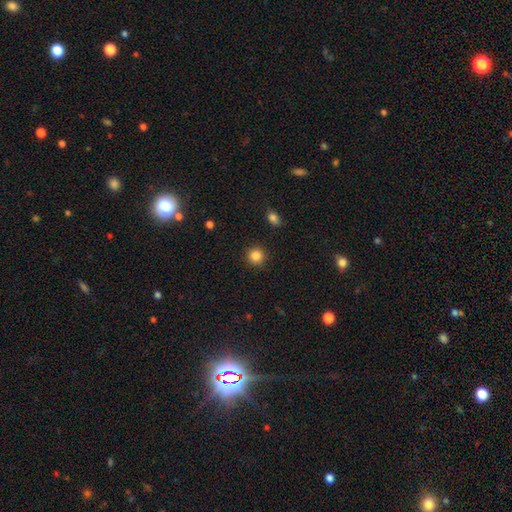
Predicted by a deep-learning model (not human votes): smooth 86%, star or artifact 10%, featured or disk 3%. Down the decision tree: how rounded — round (93%); merging — none (90%).